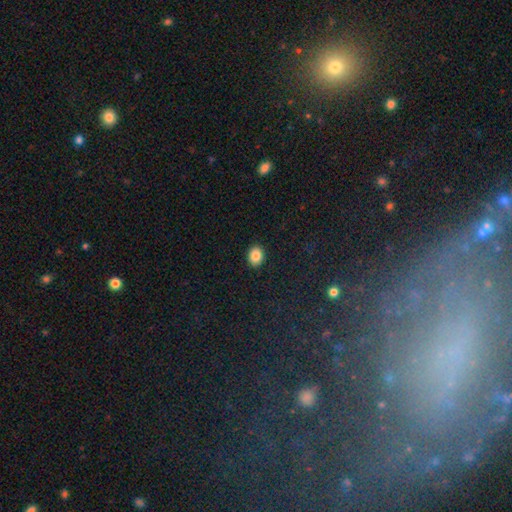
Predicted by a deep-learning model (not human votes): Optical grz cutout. It shows a smooth galaxy with no disk features (85%) that is in between round and cigar-shaped (56%). Merging: none (91%).